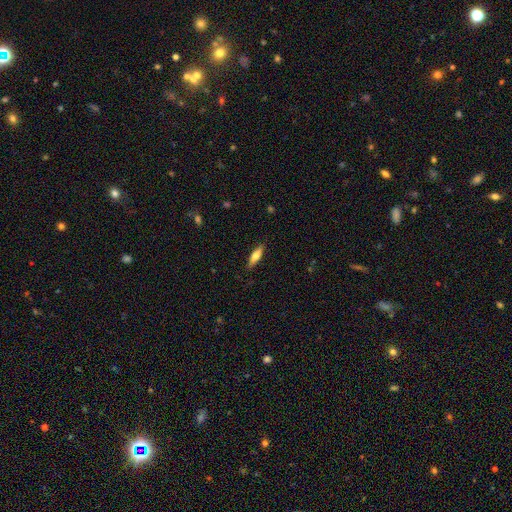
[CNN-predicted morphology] smooth-or-featured: smooth: 67% | featured or disk: 27% | star or artifact: 6%
  how-rounded: cigar-shaped: 55% | in between: 43% | round: 2%
  merging: none: 87% | minor disturbance: 10% | major disturbance: 2% | merger: 1%